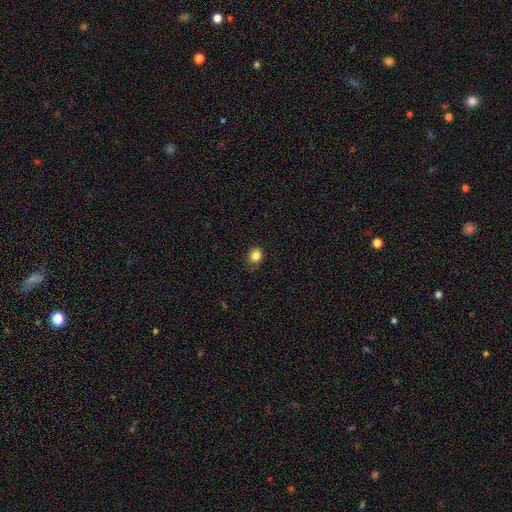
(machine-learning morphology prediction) Overall: smooth (83%). How rounded: round (72%). Merging: none (76%).